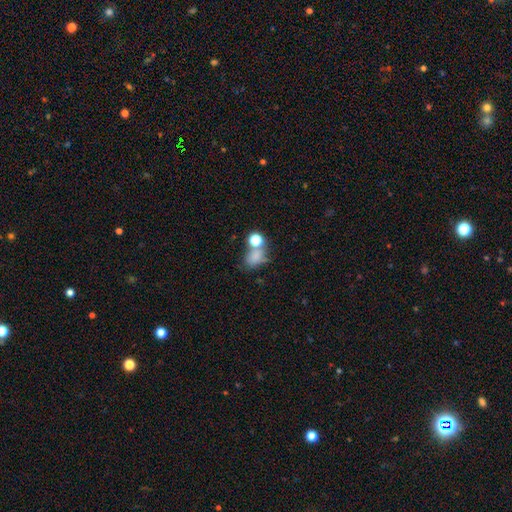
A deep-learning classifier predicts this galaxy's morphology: Q: Smooth or featured?
A: smooth (72%); runner-up: star or artifact (17%)
Q: How rounded?
A: in between (63%); runner-up: round (35%)
Q: Merging?
A: none (40%); runner-up: merger (32%)